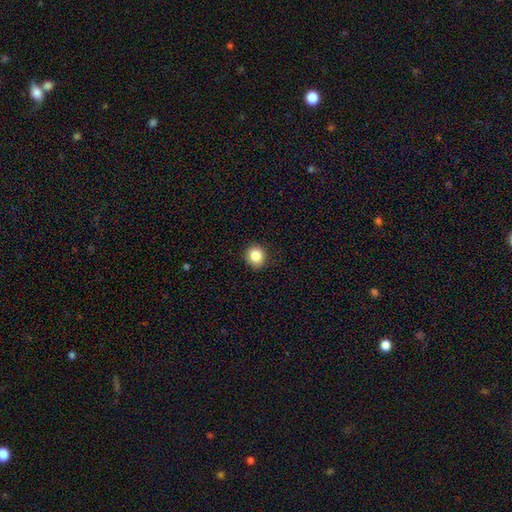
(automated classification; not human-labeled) A smooth galaxy with no disk features (84%) that is round (85%).

Vote fractions:
- Smooth or featured? smooth: 84% / star or artifact: 10% / featured or disk: 6%
- How rounded? round: 85% / in between: 14% / cigar-shaped: 1%
- Merging? none: 91% / minor disturbance: 6% / major disturbance: 2% / merger: 1%